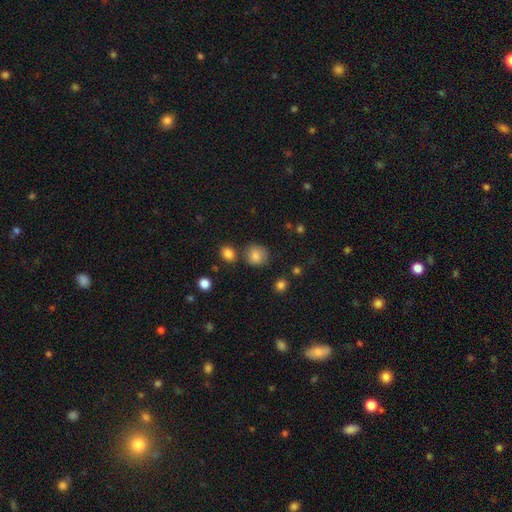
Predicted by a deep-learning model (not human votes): Overall: smooth (83%). How rounded: round (85%). Merging: none (76%).